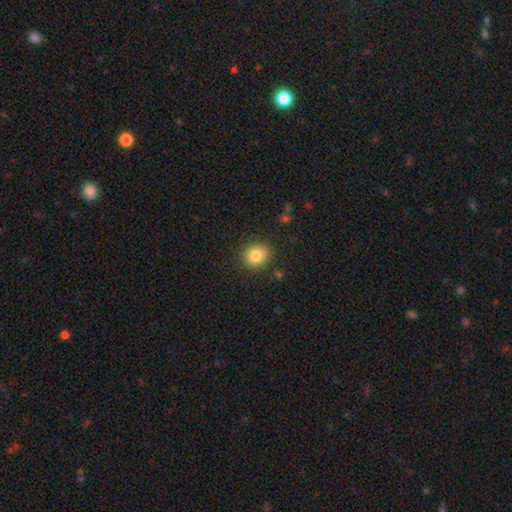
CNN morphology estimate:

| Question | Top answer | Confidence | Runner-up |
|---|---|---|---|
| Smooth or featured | smooth | 82% | star or artifact (10%) |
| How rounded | round | 79% | in between (20%) |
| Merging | none | 86% | minor disturbance (10%) |